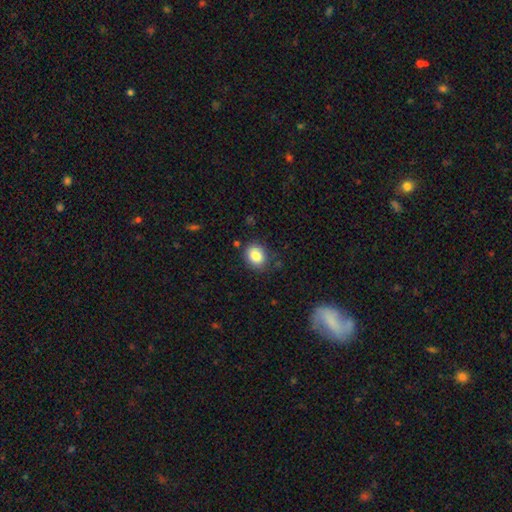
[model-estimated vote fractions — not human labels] A smooth galaxy with no disk features (85%) that is round (51%). Merging: none (83%).